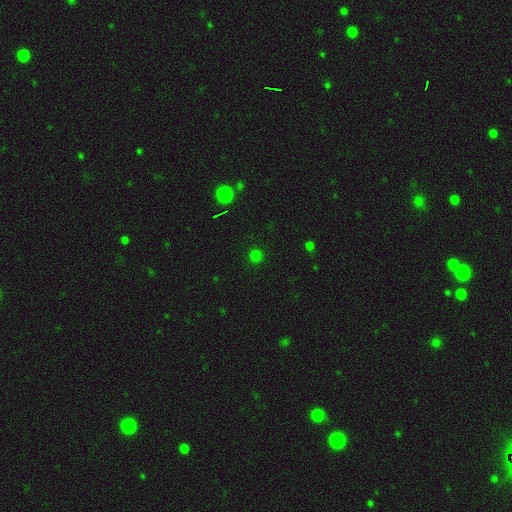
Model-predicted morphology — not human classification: This appears to be a smooth galaxy with no disk features (73%) that is round (93%). Merging: none (91%).